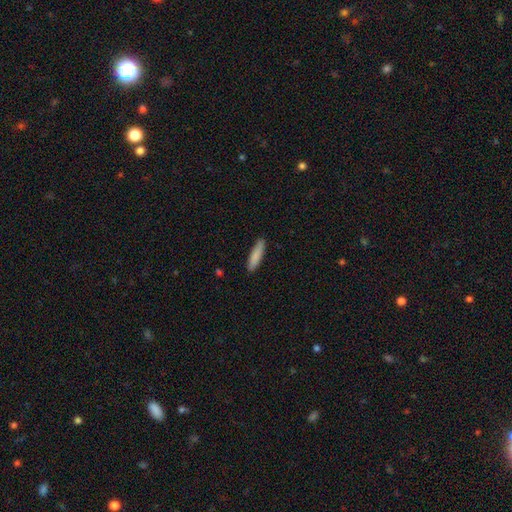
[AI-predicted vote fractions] Q: Smooth or featured?
A: smooth (85%); runner-up: featured or disk (9%)
Q: How rounded?
A: cigar-shaped (79%); runner-up: in between (20%)
Q: Merging?
A: none (89%); runner-up: minor disturbance (8%)